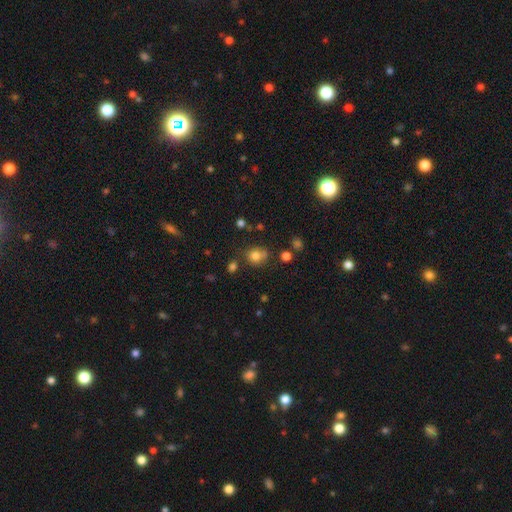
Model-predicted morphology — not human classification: smooth_or_featured: smooth (p=0.78) [alt: star or artifact p=0.14]
how_rounded: round (p=0.73) [alt: in between p=0.26]
merging: none (p=0.65) [alt: minor disturbance p=0.18]